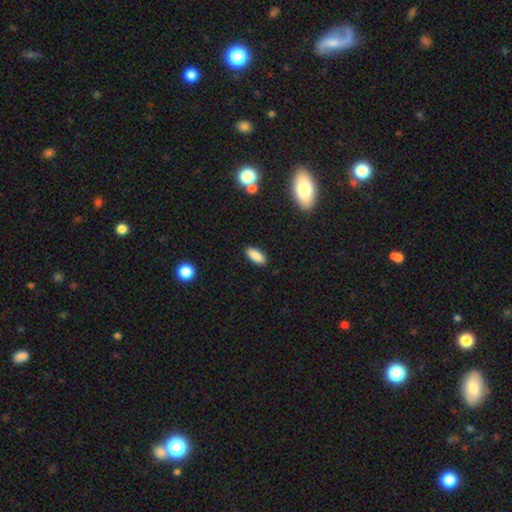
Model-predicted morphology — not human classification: Smooth or featured? smooth (86%)
How rounded? in between (78%)
Merging? none (89%)